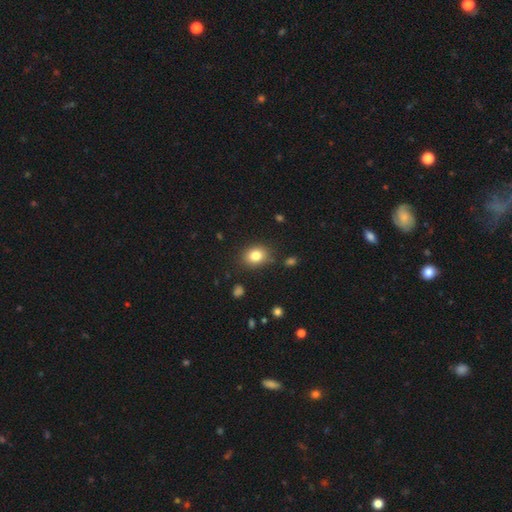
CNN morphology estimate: The model was most divided on "how rounded": round: 51%, in between: 48%, cigar-shaped: 1%. More confident: smooth or featured — smooth (81%); merging — none (81%).